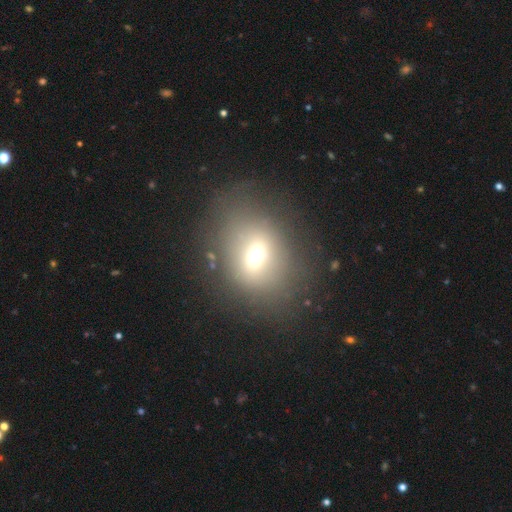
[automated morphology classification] This appears to be a smooth galaxy with no disk features (56%) that is in between round and cigar-shaped (51%). Merging: none (70%).